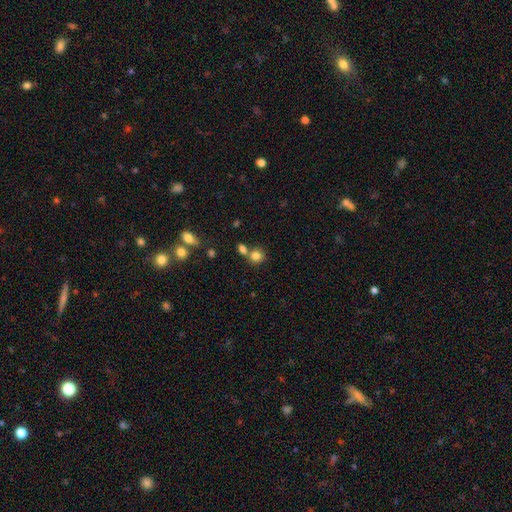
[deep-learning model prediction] Smooth or featured: smooth — 81% (star or artifact — 11%)
How rounded: round — 79% (in between — 20%)
Merging: none — 56% (merger — 31%)